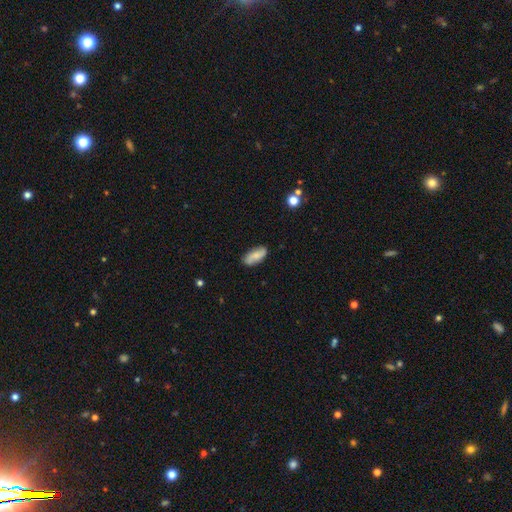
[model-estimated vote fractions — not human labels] A smooth galaxy with no disk features (66%) that is in between round and cigar-shaped (84%).

Vote fractions:
- Smooth or featured? smooth: 66% / featured or disk: 27% / star or artifact: 7%
- How rounded? in between: 84% / cigar-shaped: 13% / round: 3%
- Merging? none: 82% / minor disturbance: 14% / major disturbance: 3% / merger: 1%